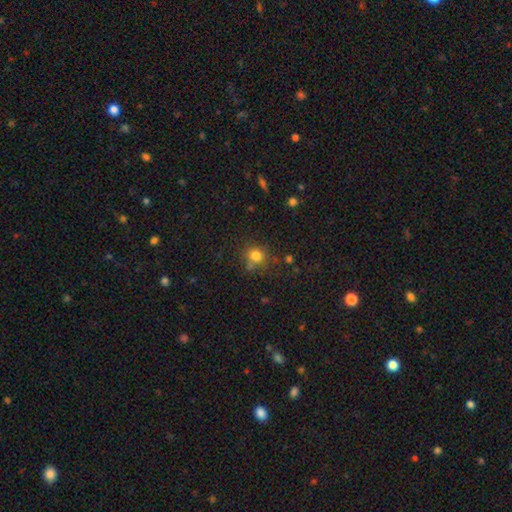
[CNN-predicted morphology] The model was most divided on "merging": none: 72%, minor disturbance: 15%, merger: 8%, major disturbance: 5%. More confident: how rounded — round (87%); smooth or featured — smooth (78%).